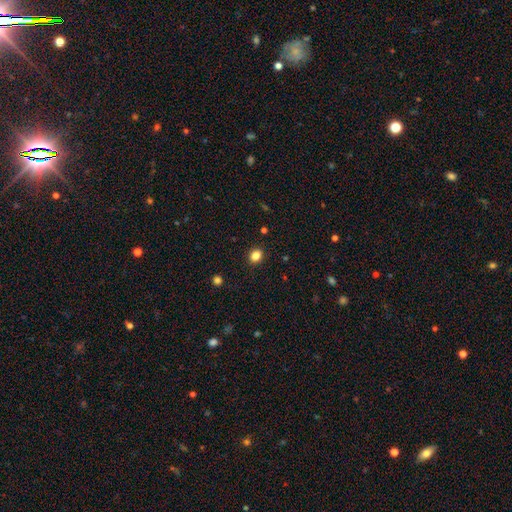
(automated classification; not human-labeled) This is clearly a smooth galaxy (85%). How rounded: possibly round (59%). Merging: clearly none (91%).